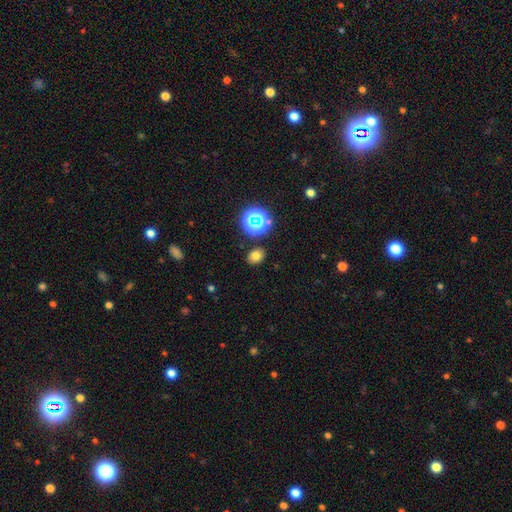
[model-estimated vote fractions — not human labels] Overall: smooth (71%). How rounded: in between (52%; round 47%). Merging: none (86%).